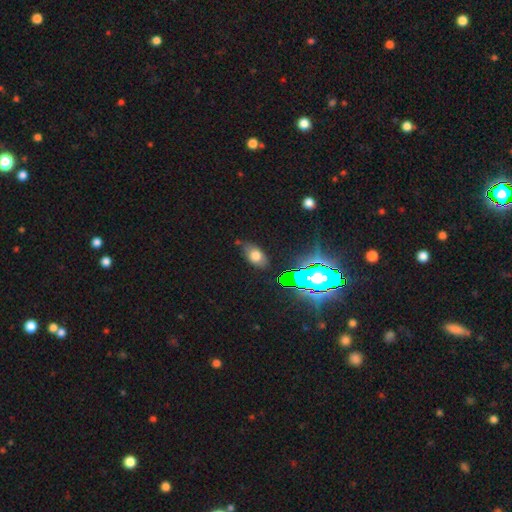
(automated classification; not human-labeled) This appears to be a smooth galaxy with no disk features (67%) that is in between round and cigar-shaped (87%). Merging: none (66%).